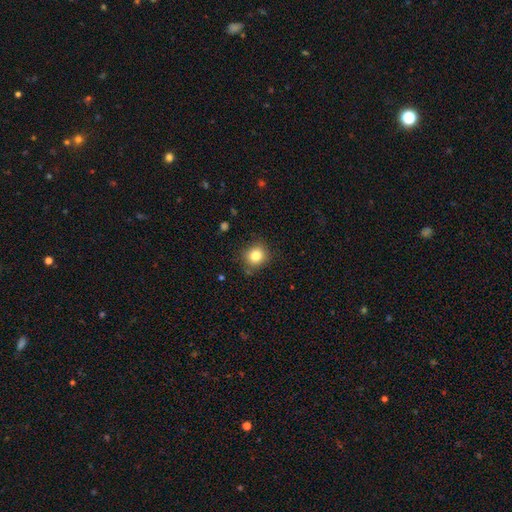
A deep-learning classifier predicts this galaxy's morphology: Smooth or featured? smooth (82%)
How rounded? round (84%)
Merging? none (84%)